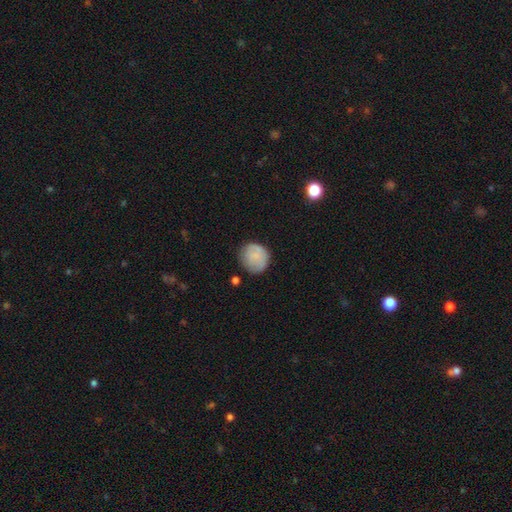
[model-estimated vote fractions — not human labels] Morphology: type=smooth (79%); roundness=round (87%); merging=none (73%).